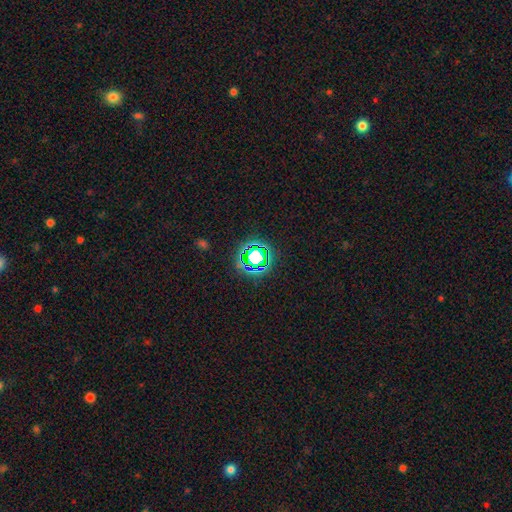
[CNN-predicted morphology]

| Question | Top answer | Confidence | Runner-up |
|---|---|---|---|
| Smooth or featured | star or artifact | 63% | smooth (24%) |